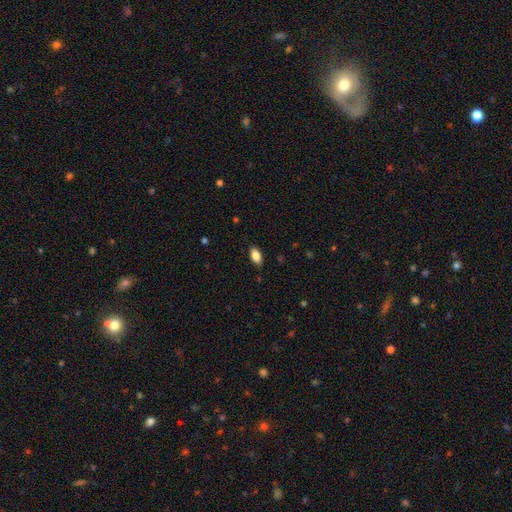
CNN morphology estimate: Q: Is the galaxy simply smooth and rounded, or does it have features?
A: smooth — 84%.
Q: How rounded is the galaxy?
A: in between — 91%.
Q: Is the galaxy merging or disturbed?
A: none — 87%.